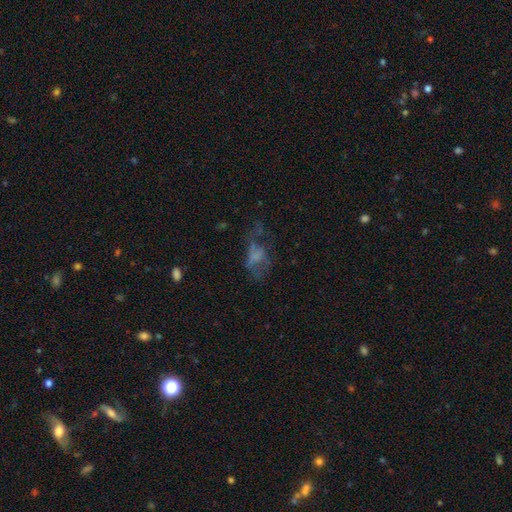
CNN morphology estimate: smooth_or_featured: smooth (p=0.41) [alt: featured or disk p=0.40]
merging: major disturbance (p=0.44) [alt: none p=0.33]